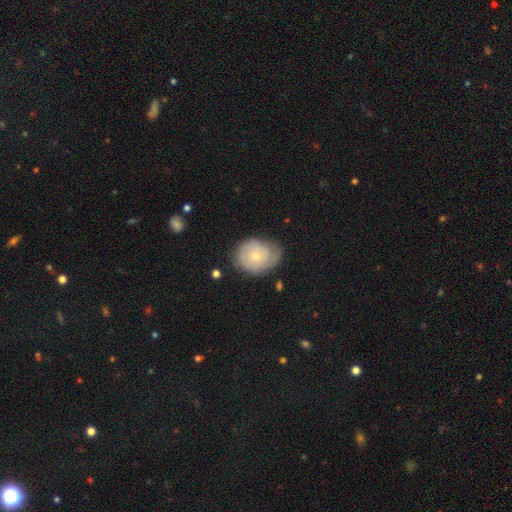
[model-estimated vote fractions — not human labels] This is possibly a smooth galaxy (47%, tied with featured or disk). Merging: possibly none (59%).